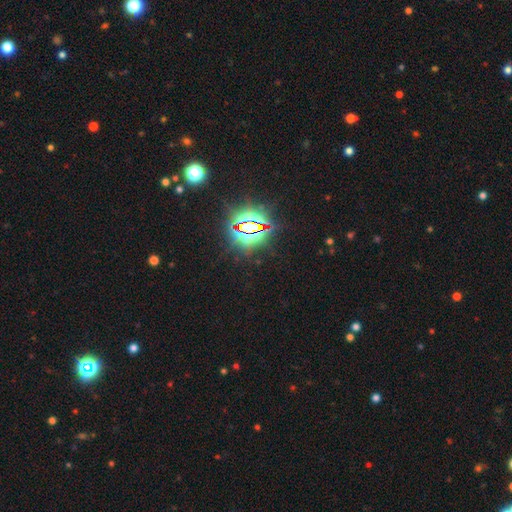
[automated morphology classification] This appears to be a star or artifact, not a galaxy (83%).